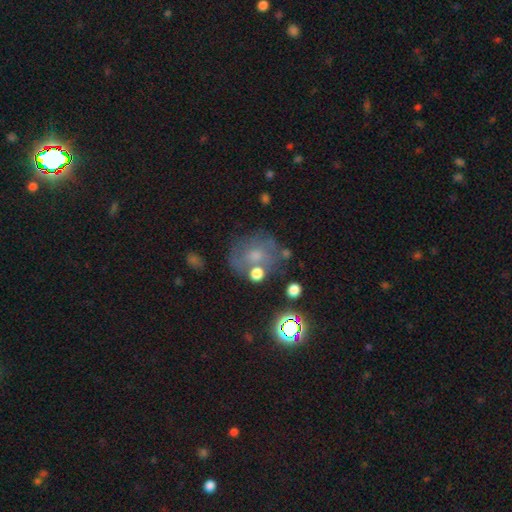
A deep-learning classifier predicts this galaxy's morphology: The model was most divided on "smooth or featured": smooth: 42%, featured or disk: 35%, star or artifact: 22%. More confident: merging — none (57%).